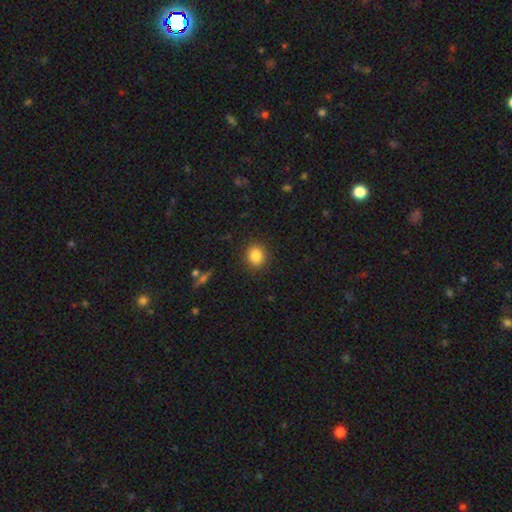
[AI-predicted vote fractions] smooth_or_featured: smooth (p=0.85) [alt: star or artifact p=0.10]
how_rounded: round (p=0.75) [alt: in between p=0.24]
merging: none (p=0.89) [alt: minor disturbance p=0.07]